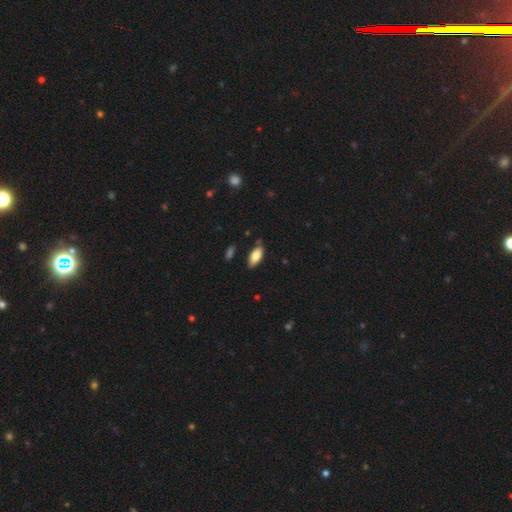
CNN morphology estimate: Smooth or featured: smooth — 81% (featured or disk — 12%)
How rounded: in between — 90% (cigar-shaped — 8%)
Merging: none — 79% (minor disturbance — 16%)